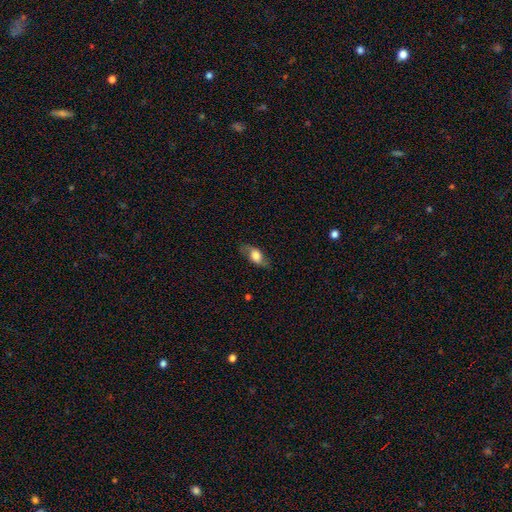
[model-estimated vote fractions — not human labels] Smooth or featured? smooth (61%)
How rounded? in between (79%)
Merging? none (76%)